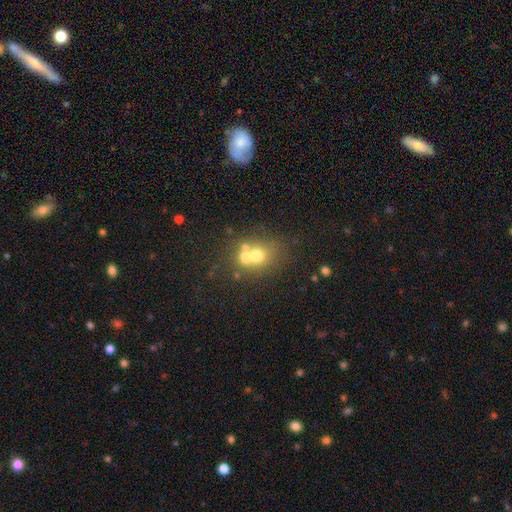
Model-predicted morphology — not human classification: A smooth galaxy with no disk features (60%) that is round (70%).

Vote fractions:
- Smooth or featured? smooth: 60% / featured or disk: 25% / star or artifact: 15%
- How rounded? round: 70% / in between: 29% / cigar-shaped: 1%
- Merging? merger: 50% / none: 37% / minor disturbance: 8% / major disturbance: 5%